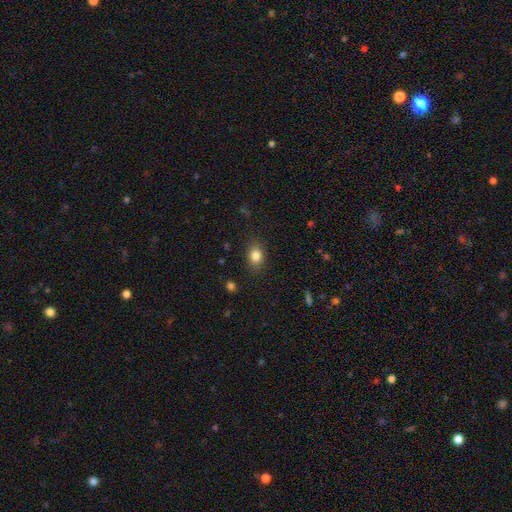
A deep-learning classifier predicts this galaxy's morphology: Smooth or featured? smooth (84%)
How rounded? in between (65%)
Merging? none (84%)